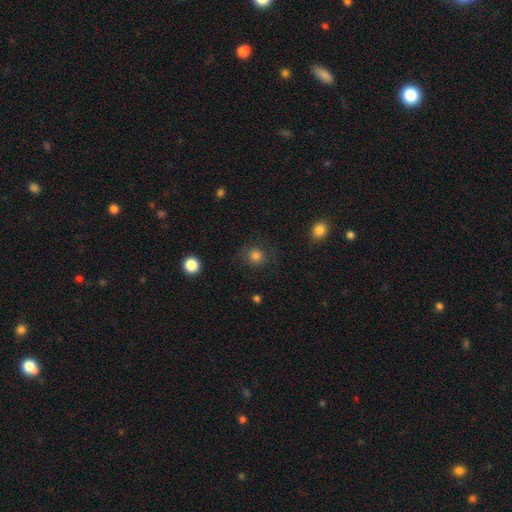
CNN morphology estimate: type=smooth (82%); roundness=round (88%); merging=none (79%).